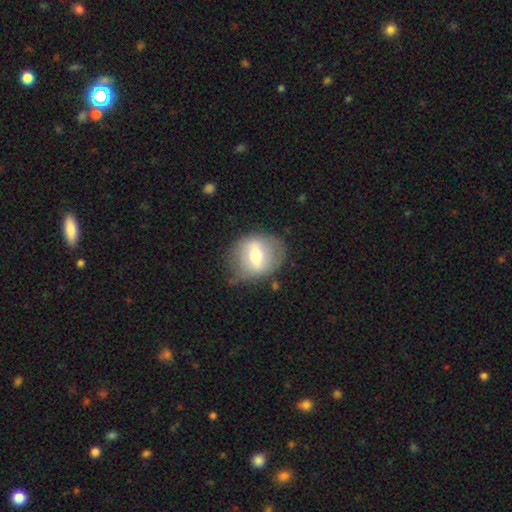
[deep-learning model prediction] Overall: featured or disk (47%; smooth 46%). Merging: none (64%; minor disturbance 25%).